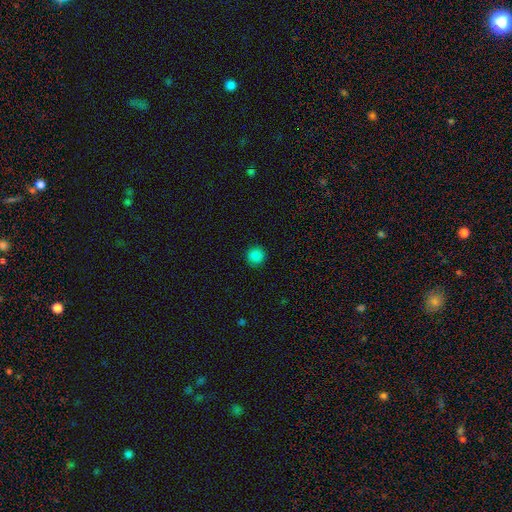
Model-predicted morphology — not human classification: Q: Smooth or featured?
A: smooth (85%); runner-up: star or artifact (12%)
Q: How rounded?
A: round (94%); runner-up: in between (5%)
Q: Merging?
A: none (91%); runner-up: minor disturbance (6%)